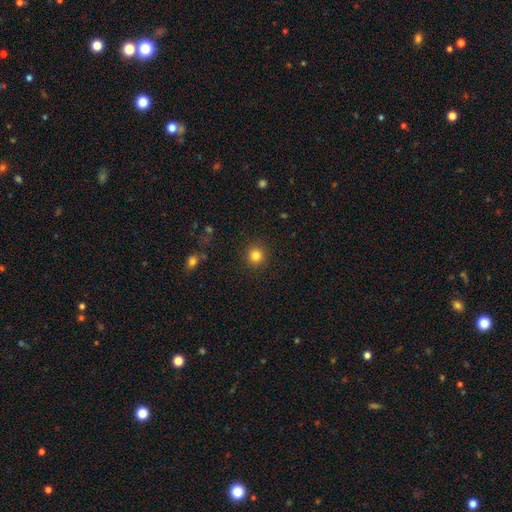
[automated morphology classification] Overall: smooth (83%). How rounded: round (94%). Merging: none (90%).